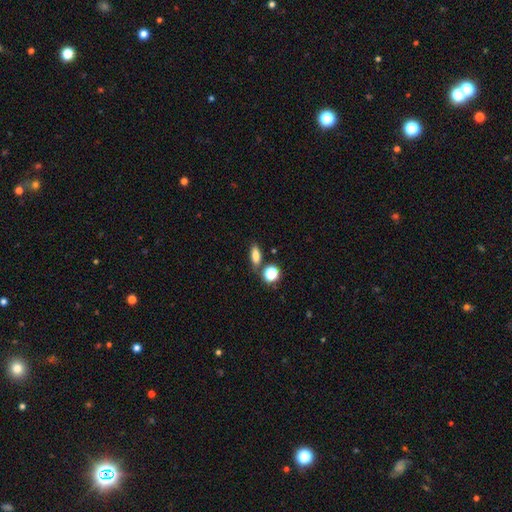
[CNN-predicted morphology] Smooth or featured? Predicted: smooth (p=0.78). How rounded? Predicted: in between (p=0.68). Merging? Predicted: none (p=0.74).